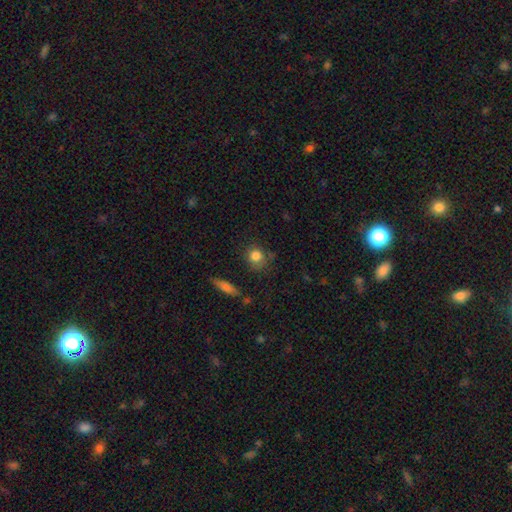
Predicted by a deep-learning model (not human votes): Smooth or featured?
  - smooth: 82% *
  - star or artifact: 10%
  - featured or disk: 8%
How rounded?
  - round: 77% *
  - in between: 20%
  - cigar-shaped: 2%
Merging?
  - none: 71% *
  - minor disturbance: 19%
  - major disturbance: 6%
  - merger: 4%